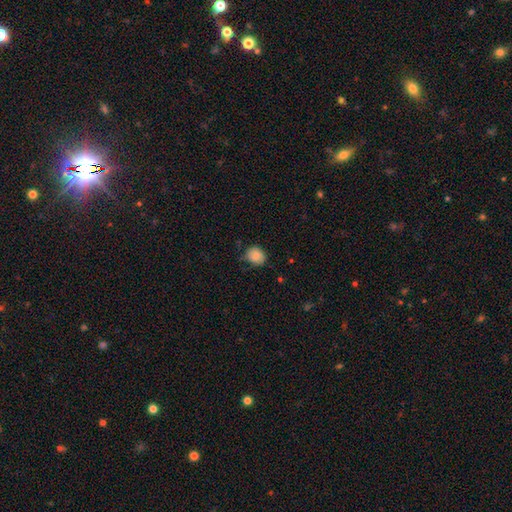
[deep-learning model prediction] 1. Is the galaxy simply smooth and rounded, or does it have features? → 83% smooth, 8% star or artifact, 8% featured or disk.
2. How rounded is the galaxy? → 67% round, 32% in between, 1% cigar-shaped.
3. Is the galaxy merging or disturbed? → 63% none, 30% minor disturbance, 5% major disturbance, 2% merger.